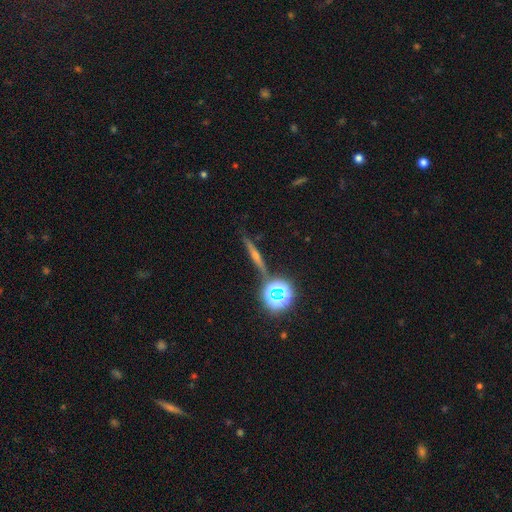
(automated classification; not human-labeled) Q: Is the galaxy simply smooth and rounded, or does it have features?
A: featured or disk — 38%.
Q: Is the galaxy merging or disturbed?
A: none — 78%.